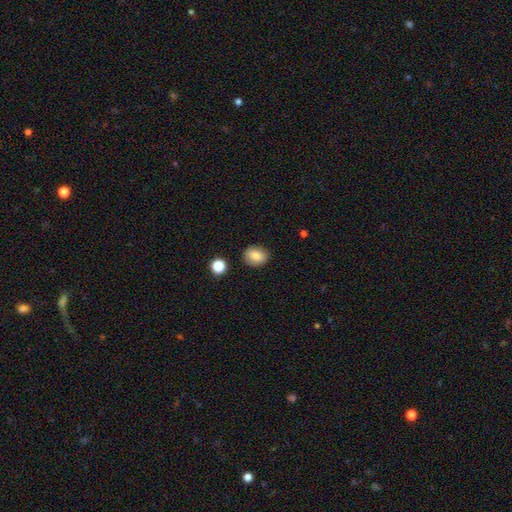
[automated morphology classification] A smooth galaxy with no disk features (83%) that is in between round and cigar-shaped (60%). Merging: none (85%).